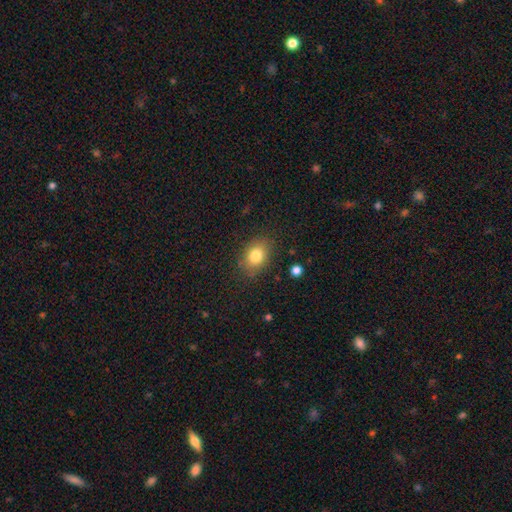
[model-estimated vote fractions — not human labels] Smooth or featured: smooth — 80% (star or artifact — 10%)
How rounded: in between — 73% (round — 26%)
Merging: none — 83% (minor disturbance — 12%)